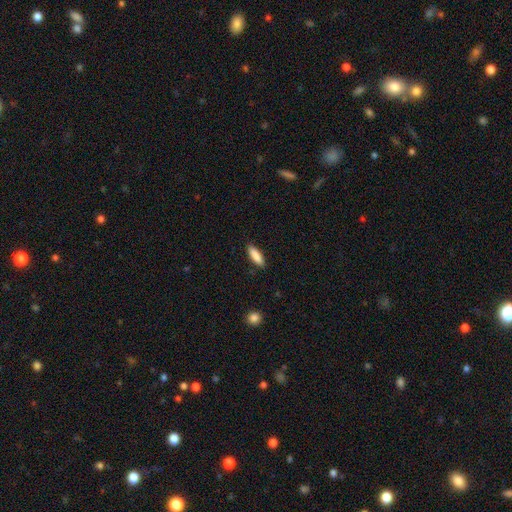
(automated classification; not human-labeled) The model was most divided on "how rounded": cigar-shaped: 52%, in between: 46%, round: 2%. More confident: merging — none (88%); smooth or featured — smooth (87%).